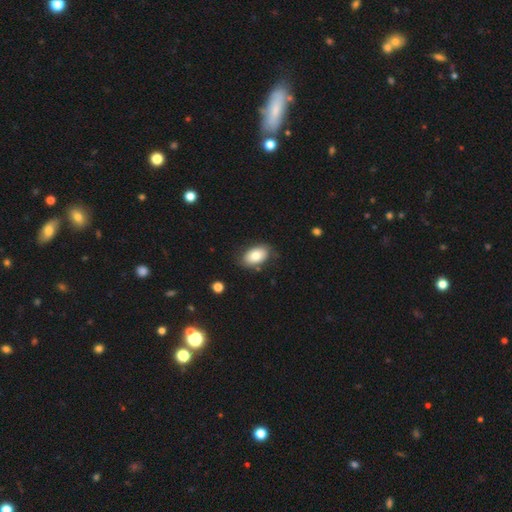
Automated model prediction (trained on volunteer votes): Smooth or featured: smooth — 77% (featured or disk — 16%)
How rounded: in between — 90% (round — 8%)
Merging: none — 77% (minor disturbance — 16%)